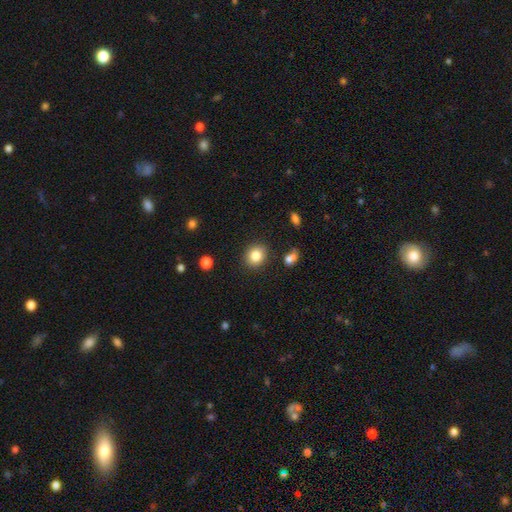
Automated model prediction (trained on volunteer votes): Overall: smooth (84%). How rounded: round (73%). Merging: none (87%).